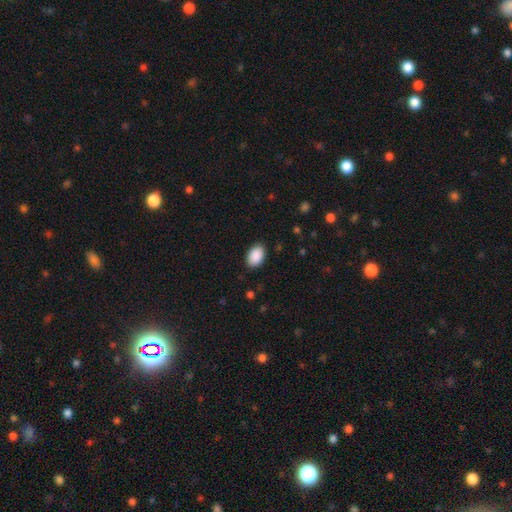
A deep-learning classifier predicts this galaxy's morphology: type=smooth (91%); roundness=in between (90%); merging=none (88%).